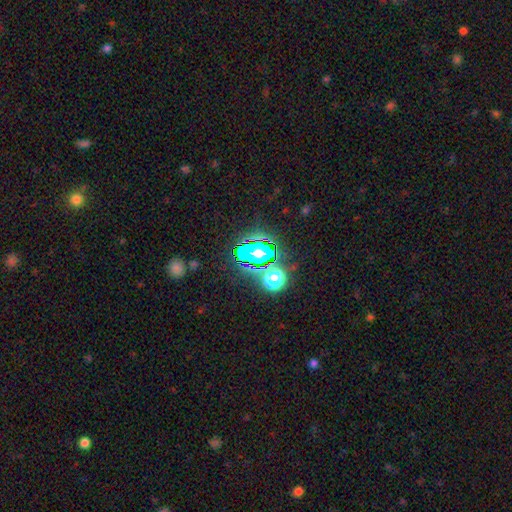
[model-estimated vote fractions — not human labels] This is likely a star or artifact rather than a galaxy (69%).